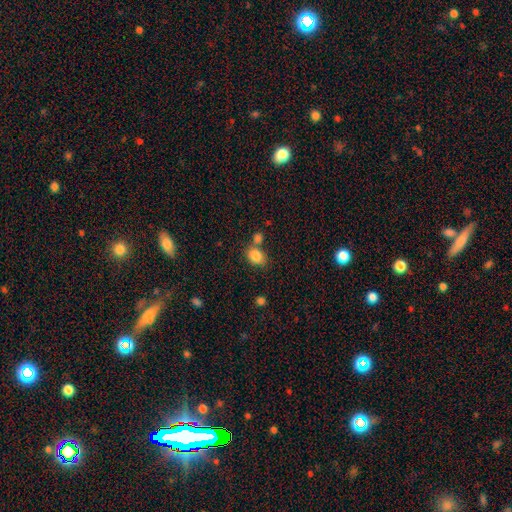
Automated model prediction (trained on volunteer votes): smooth_or_featured: smooth (p=0.84) [alt: star or artifact p=0.09]
how_rounded: in between (p=0.65) [alt: round p=0.34]
merging: none (p=0.56) [alt: merger p=0.27]